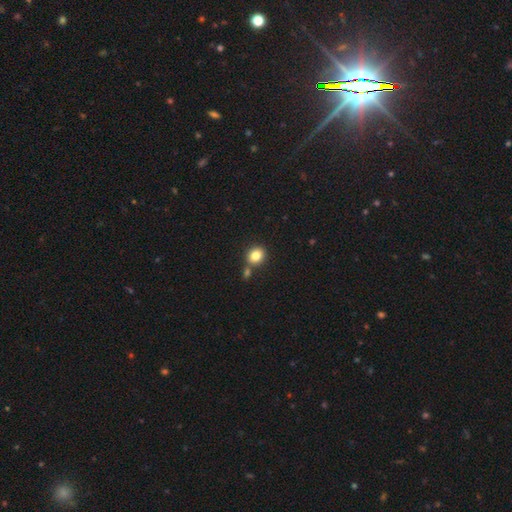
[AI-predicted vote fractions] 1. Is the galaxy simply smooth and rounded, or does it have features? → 83% smooth, 10% star or artifact, 7% featured or disk.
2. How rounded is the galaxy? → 74% round, 26% in between, 1% cigar-shaped.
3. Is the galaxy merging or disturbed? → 67% none, 20% merger, 10% minor disturbance, 3% major disturbance.